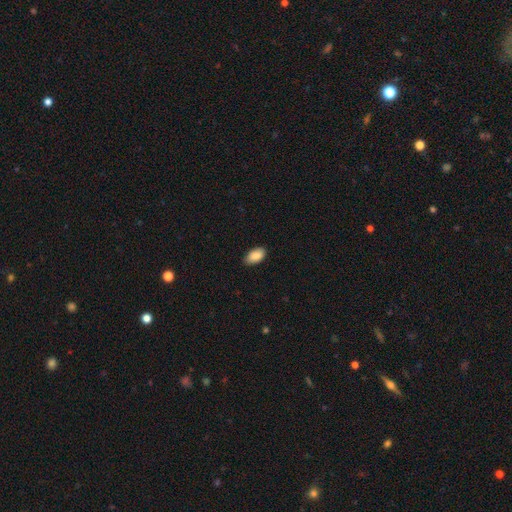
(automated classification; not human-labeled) This appears to be a smooth galaxy with no disk features (89%) that is in between round and cigar-shaped (95%). Merging: none (84%).